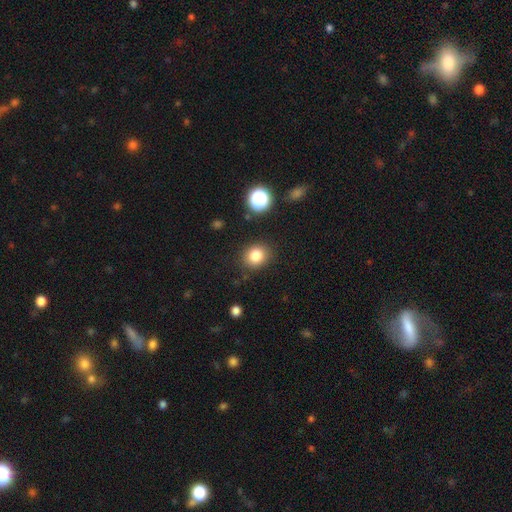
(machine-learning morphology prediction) Smooth or featured: smooth — 82% (star or artifact — 12%)
How rounded: round — 72% (in between — 27%)
Merging: none — 85% (minor disturbance — 10%)